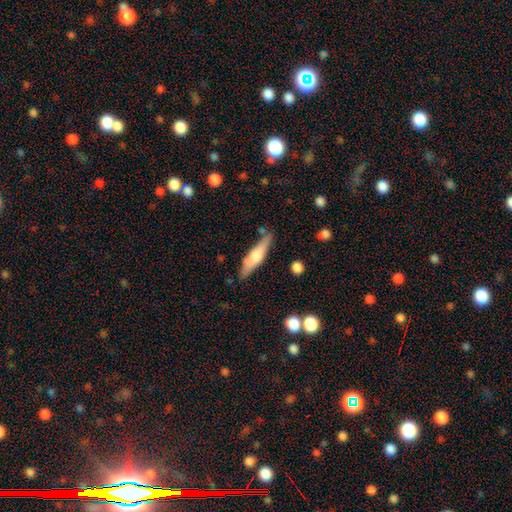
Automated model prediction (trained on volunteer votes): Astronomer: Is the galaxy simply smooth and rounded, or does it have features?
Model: featured or disk — 48% (runner-up: smooth, 46%).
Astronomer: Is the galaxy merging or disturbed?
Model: none — 80%.